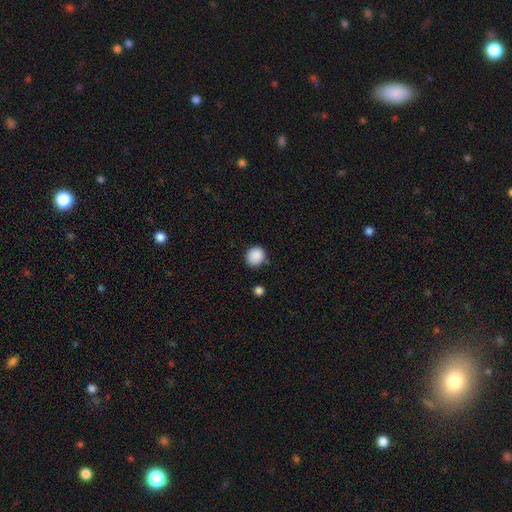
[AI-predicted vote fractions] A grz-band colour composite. It shows a smooth galaxy with no disk features (89%) that is round (85%). Merging: none (80%).